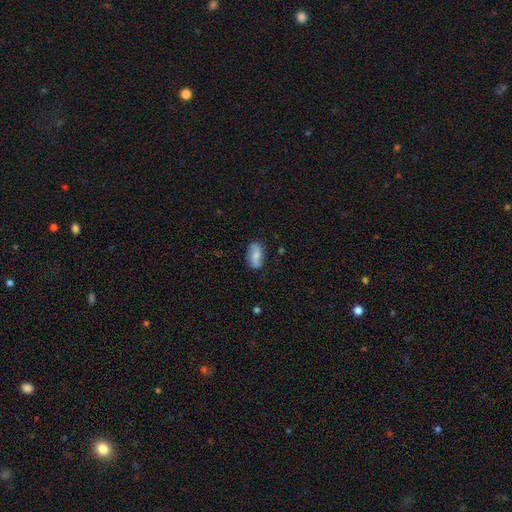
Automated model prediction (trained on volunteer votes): A smooth galaxy with no disk features (54%) that is in between round and cigar-shaped (88%). Merging: none (79%).